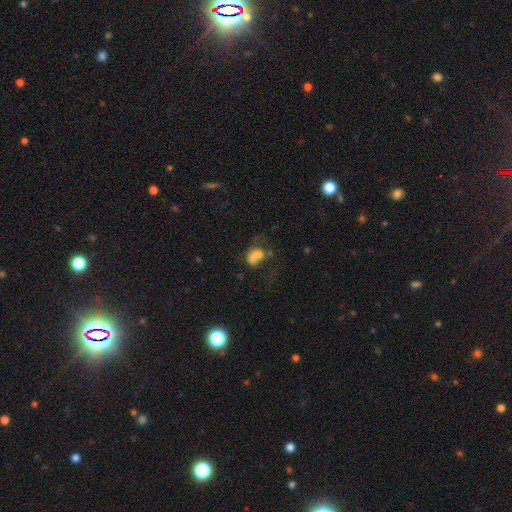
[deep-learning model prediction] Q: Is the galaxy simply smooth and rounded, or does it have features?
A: smooth — 59%.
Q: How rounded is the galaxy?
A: in between — 68%.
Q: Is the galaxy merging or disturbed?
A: merger — 46%.